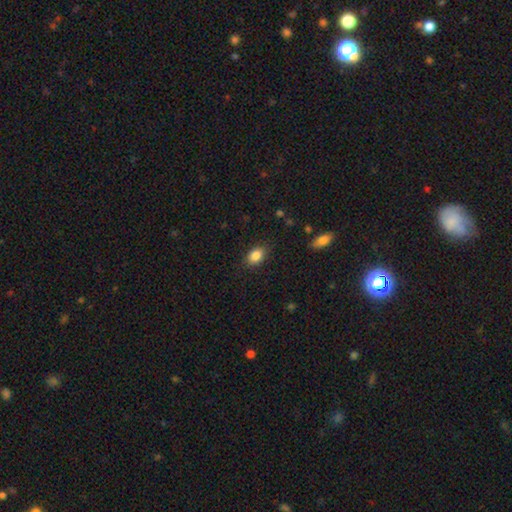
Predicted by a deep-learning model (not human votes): smooth_or_featured: smooth (p=0.86) [alt: star or artifact p=0.08]
how_rounded: in between (p=0.82) [alt: round p=0.17]
merging: none (p=0.84) [alt: minor disturbance p=0.12]